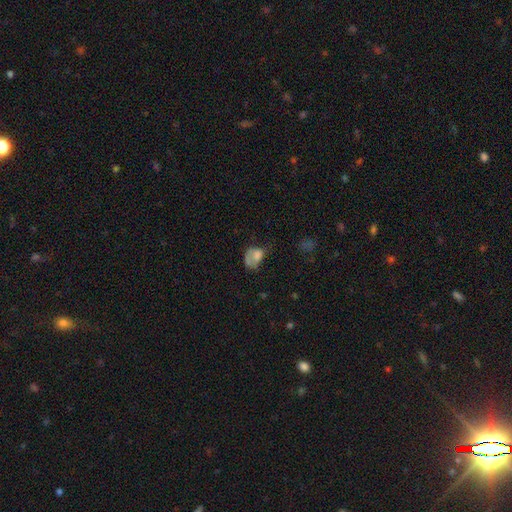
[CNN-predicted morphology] Smooth or featured? smooth (65%)
How rounded? in between (73%)
Merging? major disturbance (40%)